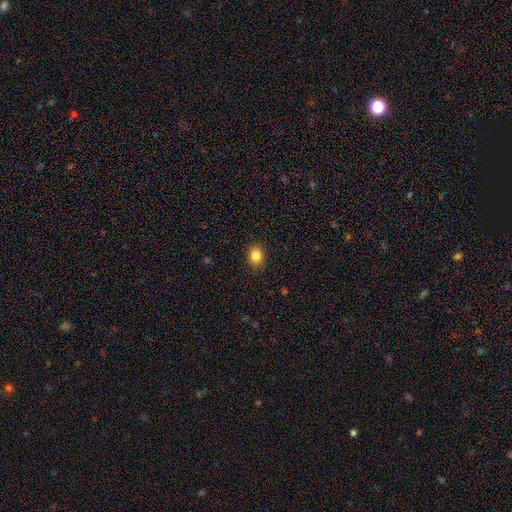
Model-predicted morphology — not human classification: Smooth or featured?
  - smooth: 84% *
  - star or artifact: 10%
  - featured or disk: 5%
How rounded?
  - in between: 52% *
  - round: 47%
  - cigar-shaped: 1%
Merging?
  - none: 89% *
  - minor disturbance: 8%
  - major disturbance: 2%
  - merger: 1%